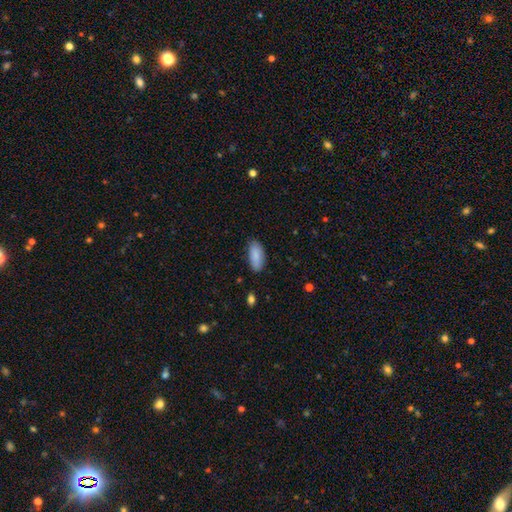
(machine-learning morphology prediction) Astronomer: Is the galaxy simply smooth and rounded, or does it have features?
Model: smooth — 86%.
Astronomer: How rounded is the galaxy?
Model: in between — 87%.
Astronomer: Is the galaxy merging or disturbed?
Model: none — 82%.